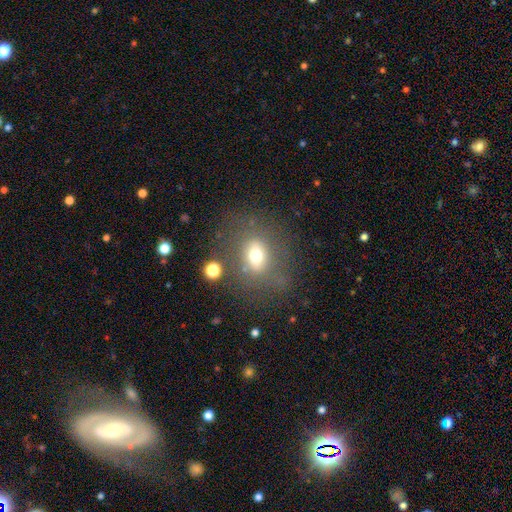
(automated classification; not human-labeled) Smooth or featured: smooth — 62% (featured or disk — 23%)
How rounded: in between — 55% (round — 43%)
Merging: none — 66% (minor disturbance — 16%)